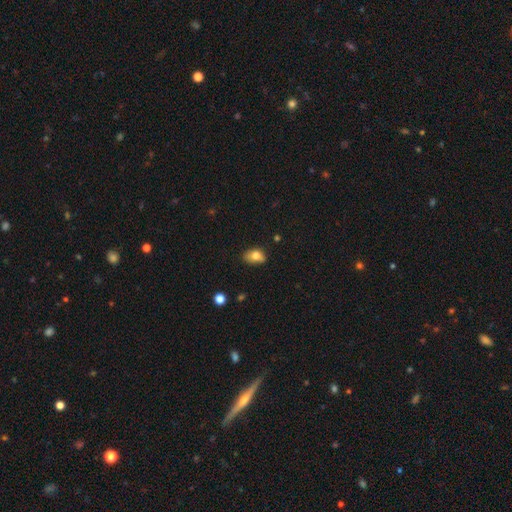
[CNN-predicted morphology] Smooth or featured? Predicted: smooth (p=0.77). How rounded? Predicted: in between (p=0.81). Merging? Predicted: none (p=0.60).